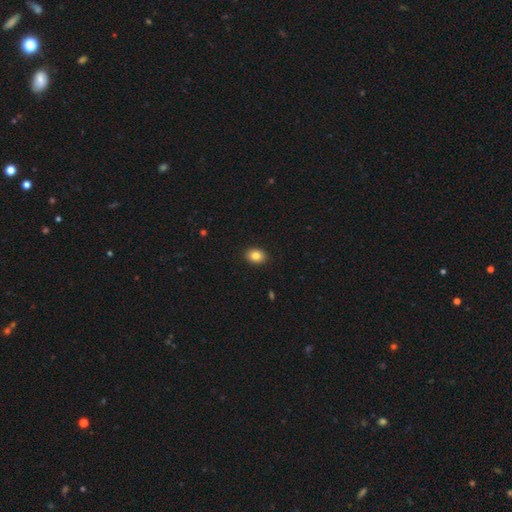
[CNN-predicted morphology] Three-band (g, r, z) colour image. It shows a smooth galaxy with no disk features (85%) that is in between round and cigar-shaped (69%). Merging: none (91%).